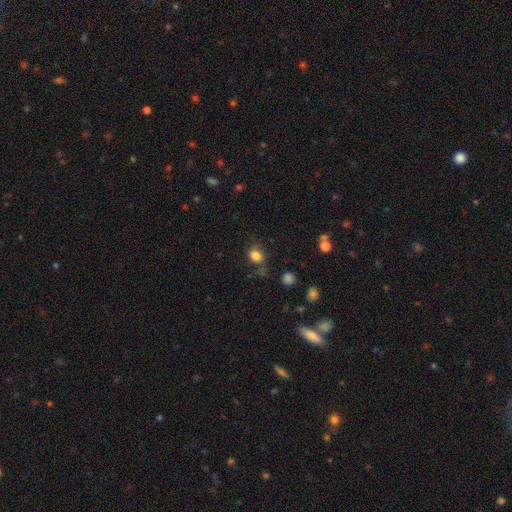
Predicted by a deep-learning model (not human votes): The model was most divided on "how rounded": round: 63%, in between: 35%, cigar-shaped: 1%. More confident: smooth or featured — smooth (81%); merging — none (65%).